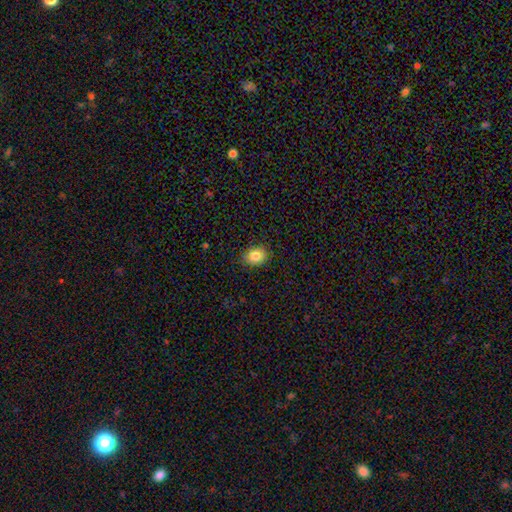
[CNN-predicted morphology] A smooth galaxy with no disk features (84%) that is in between round and cigar-shaped (56%).

Vote fractions:
- Smooth or featured? smooth: 84% / star or artifact: 9% / featured or disk: 7%
- How rounded? in between: 56% / round: 43% / cigar-shaped: 1%
- Merging? none: 87% / minor disturbance: 10% / major disturbance: 2% / merger: 1%